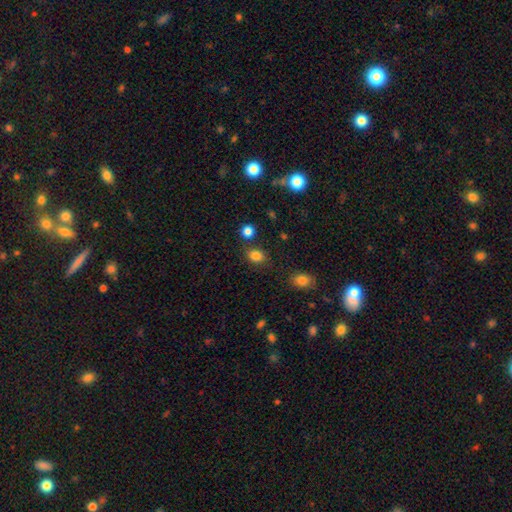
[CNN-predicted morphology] Q: Smooth or featured?
A: smooth (83%); runner-up: star or artifact (12%)
Q: How rounded?
A: in between (58%); runner-up: round (41%)
Q: Merging?
A: none (77%); runner-up: minor disturbance (12%)